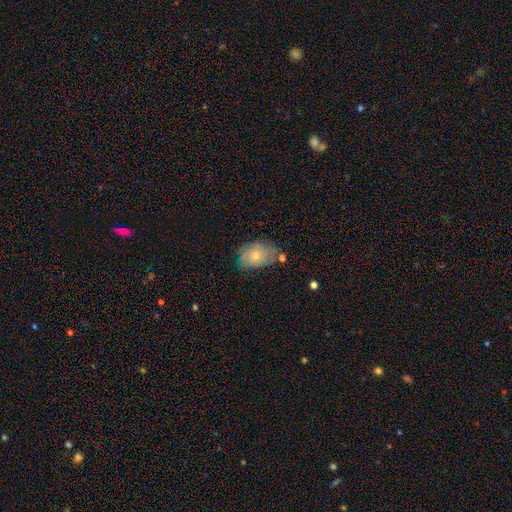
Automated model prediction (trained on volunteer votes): smooth-or-featured: smooth: 58% | featured or disk: 34% | star or artifact: 8%
  how-rounded: in between: 81% | round: 18% | cigar-shaped: 1%
  merging: none: 57% | minor disturbance: 29% | major disturbance: 8% | merger: 6%